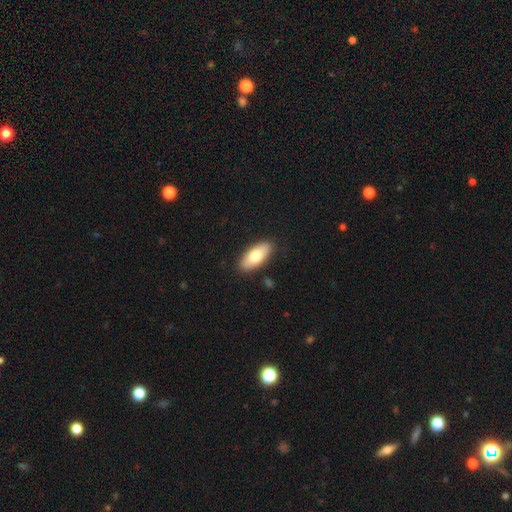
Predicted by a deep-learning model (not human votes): Smooth or featured?
  - smooth: 74% *
  - featured or disk: 20%
  - star or artifact: 6%
How rounded?
  - in between: 85% *
  - cigar-shaped: 12%
  - round: 2%
Merging?
  - none: 88% *
  - minor disturbance: 9%
  - major disturbance: 2%
  - merger: 1%